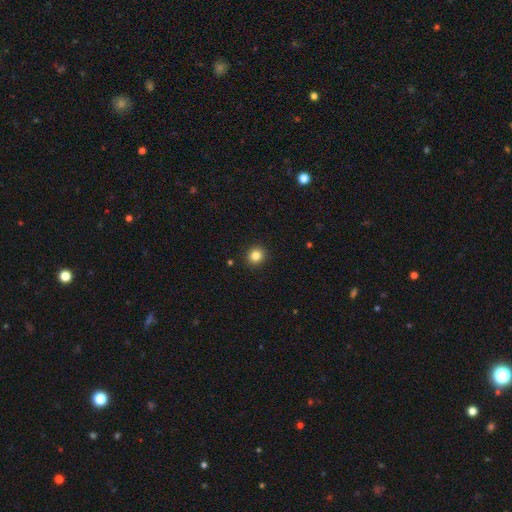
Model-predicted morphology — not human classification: Smooth or featured? Predicted: smooth (p=0.83). How rounded? Predicted: round (p=0.92). Merging? Predicted: none (p=0.93).